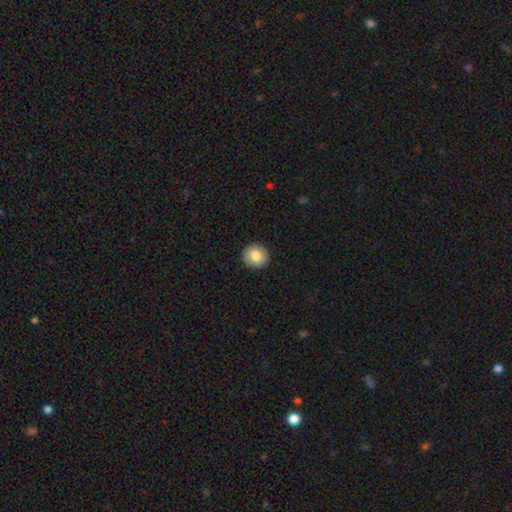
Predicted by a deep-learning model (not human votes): smooth-or-featured: smooth: 84% | star or artifact: 8% | featured or disk: 8%
  how-rounded: round: 92% | in between: 7% | cigar-shaped: 1%
  merging: none: 92% | minor disturbance: 6% | major disturbance: 2% | merger: 1%